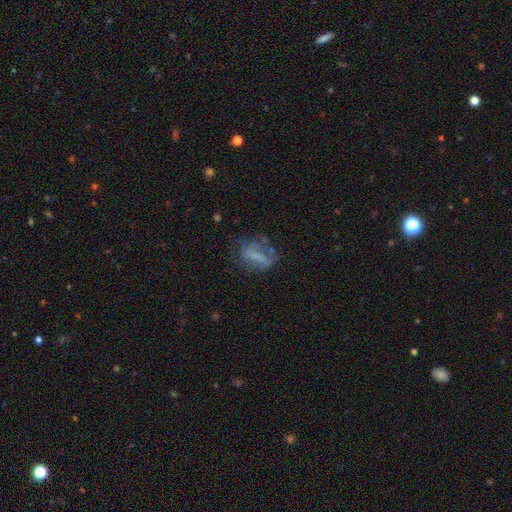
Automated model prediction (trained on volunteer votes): A smooth galaxy with no disk features (45%). Merging: none (42%).